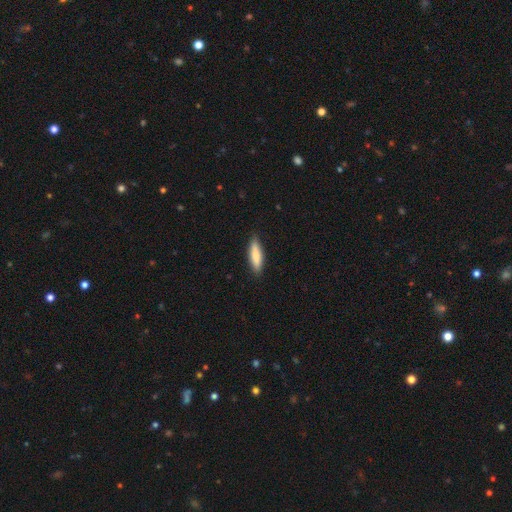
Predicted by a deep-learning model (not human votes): Morphology: type=smooth (82%); roundness=cigar-shaped (66%); merging=none (88%).